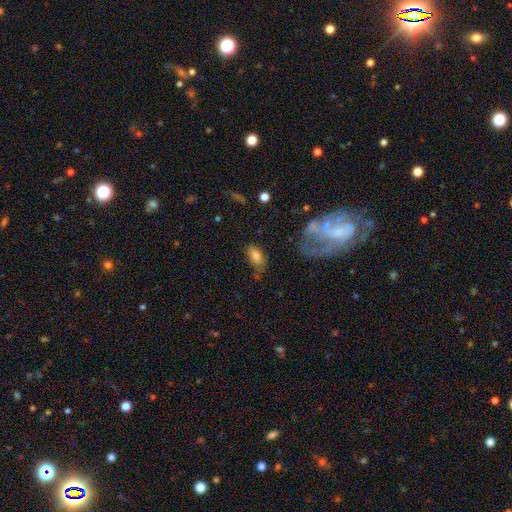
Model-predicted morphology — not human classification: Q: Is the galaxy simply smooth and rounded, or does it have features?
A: smooth — 76%.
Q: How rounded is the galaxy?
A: in between — 90%.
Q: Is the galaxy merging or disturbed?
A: none — 56%.